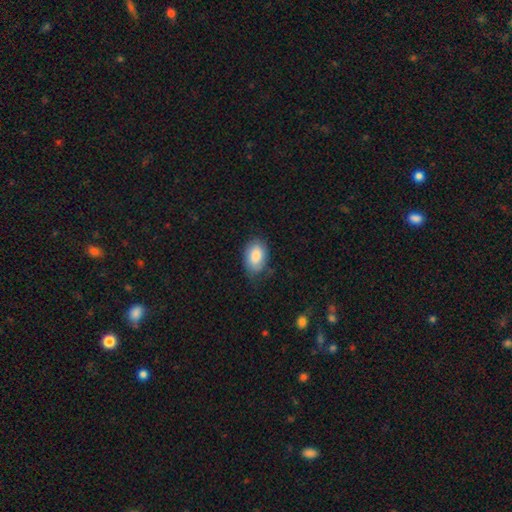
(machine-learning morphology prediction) Smooth or featured?
  - smooth: 85% *
  - featured or disk: 9%
  - star or artifact: 6%
How rounded?
  - in between: 90% *
  - round: 9%
  - cigar-shaped: 1%
Merging?
  - none: 71% *
  - minor disturbance: 22%
  - major disturbance: 5%
  - merger: 1%